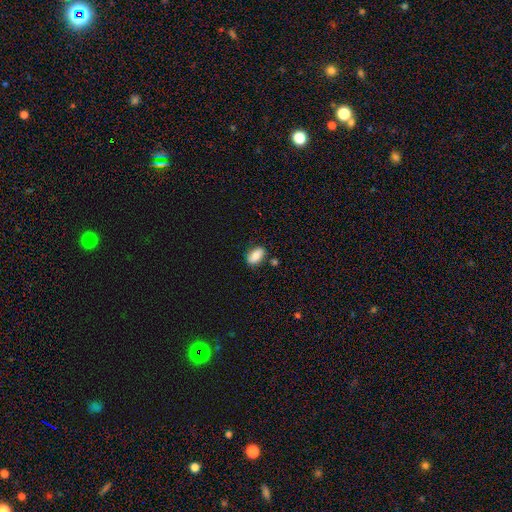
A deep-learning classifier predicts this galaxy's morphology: A smooth galaxy with no disk features (80%) that is in between round and cigar-shaped (90%).

Vote fractions:
- Smooth or featured? smooth: 80% / featured or disk: 12% / star or artifact: 8%
- How rounded? in between: 90% / round: 7% / cigar-shaped: 3%
- Merging? none: 77% / minor disturbance: 15% / merger: 5% / major disturbance: 3%